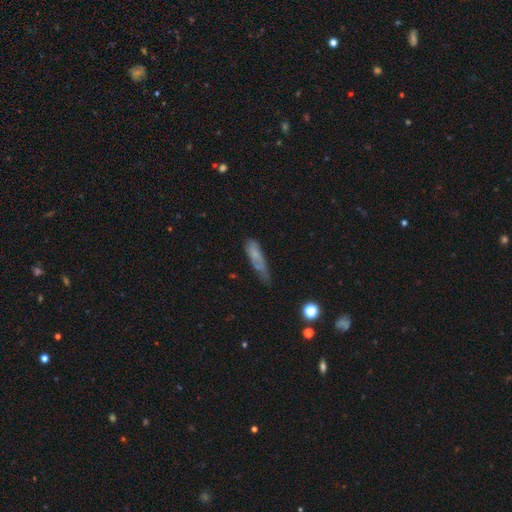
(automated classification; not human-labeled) This is likely a smooth galaxy (65%). How rounded: likely cigar-shaped (65%). Merging: marginally none (38%, tied with minor disturbance).